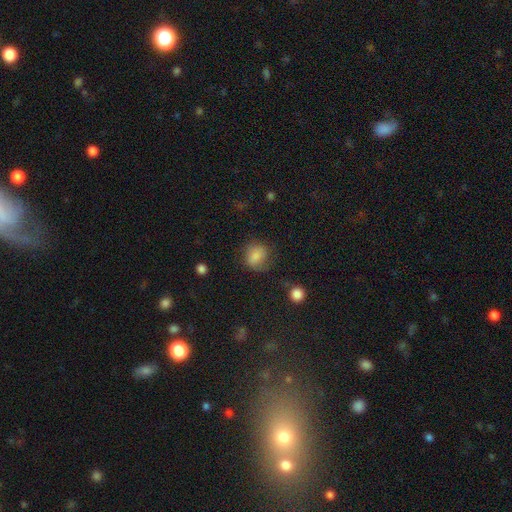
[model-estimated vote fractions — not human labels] The model was most divided on "how rounded": round: 67%, in between: 32%, cigar-shaped: 1%. More confident: smooth or featured — smooth (79%); merging — none (63%).